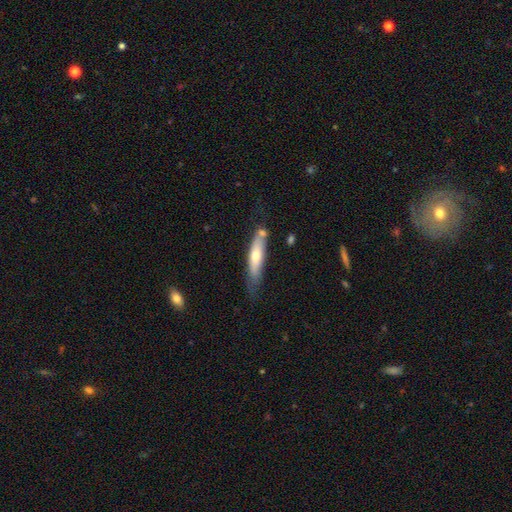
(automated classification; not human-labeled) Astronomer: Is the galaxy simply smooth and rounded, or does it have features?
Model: smooth — 56% (runner-up: featured or disk, 38%).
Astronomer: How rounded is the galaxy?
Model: cigar-shaped — 78%.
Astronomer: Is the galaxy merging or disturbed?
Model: none — 58%.